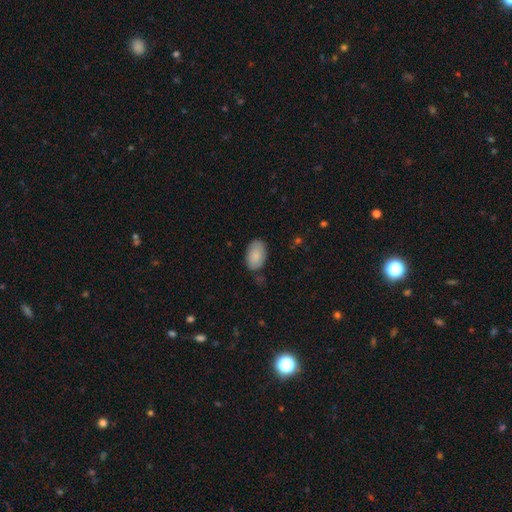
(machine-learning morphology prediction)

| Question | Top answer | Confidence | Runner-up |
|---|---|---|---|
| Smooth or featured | smooth | 85% | featured or disk (9%) |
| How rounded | in between | 92% | round (6%) |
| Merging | none | 76% | minor disturbance (18%) |